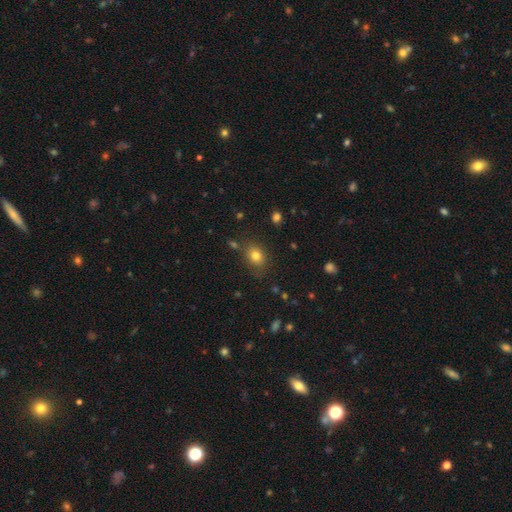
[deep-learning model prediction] A smooth galaxy with no disk features (80%) that is in between round and cigar-shaped (54%). Merging: none (77%).